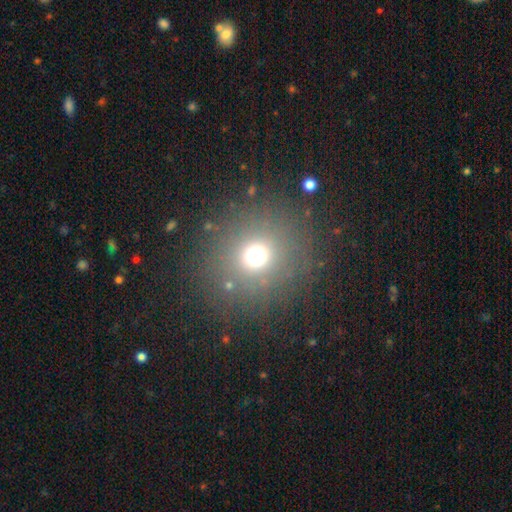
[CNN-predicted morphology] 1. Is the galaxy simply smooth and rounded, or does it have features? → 66% smooth, 25% star or artifact, 9% featured or disk.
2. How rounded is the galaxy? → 87% round, 12% in between, 1% cigar-shaped.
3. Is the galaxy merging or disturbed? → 82% none, 8% minor disturbance, 6% major disturbance, 3% merger.